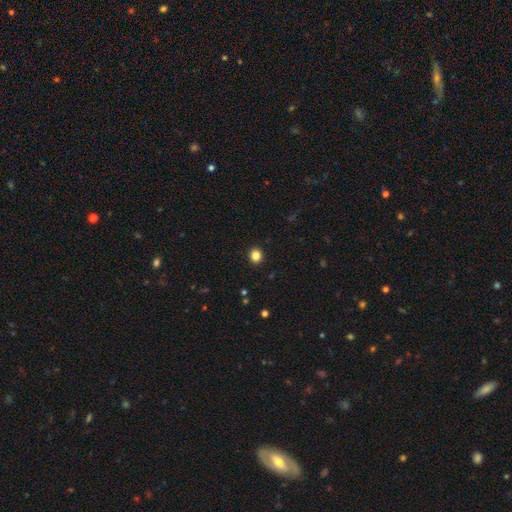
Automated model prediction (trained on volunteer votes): A smooth galaxy with no disk features (85%) that is round (76%). Merging: none (92%).